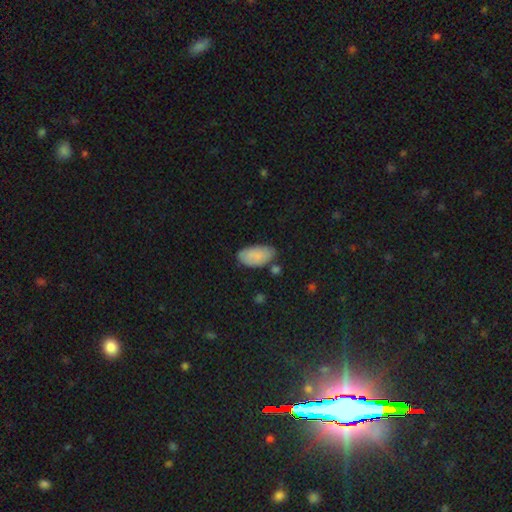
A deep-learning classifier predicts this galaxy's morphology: A smooth galaxy with no disk features (83%) that is in between round and cigar-shaped (95%).

Vote fractions:
- Smooth or featured? smooth: 83% / featured or disk: 10% / star or artifact: 7%
- How rounded? in between: 95% / round: 3% / cigar-shaped: 2%
- Merging? none: 64% / minor disturbance: 24% / merger: 6% / major disturbance: 5%